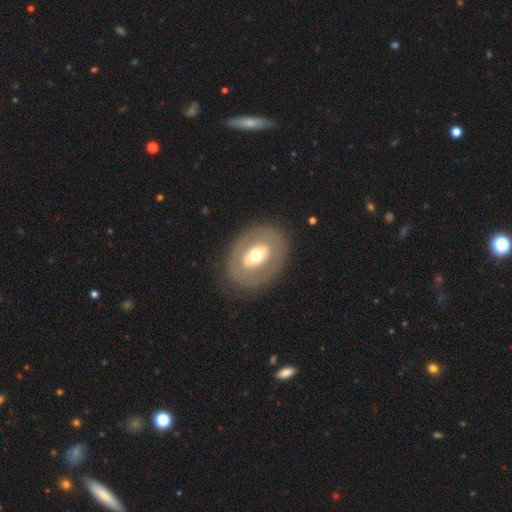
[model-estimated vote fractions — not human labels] Smooth or featured? Predicted: featured or disk (p=0.51). Edge-on disk? Predicted: no (p=0.92). Merging? Predicted: none (p=0.82).